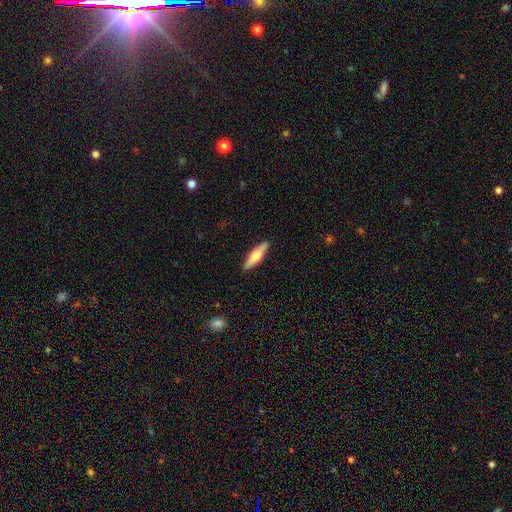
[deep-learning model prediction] A smooth galaxy with no disk features (52%) that is cigar-shaped (72%).

Vote fractions:
- Smooth or featured? smooth: 52% / featured or disk: 43% / star or artifact: 5%
- How rounded? cigar-shaped: 72% / in between: 26% / round: 2%
- Merging? none: 90% / minor disturbance: 7% / major disturbance: 2% / merger: 1%